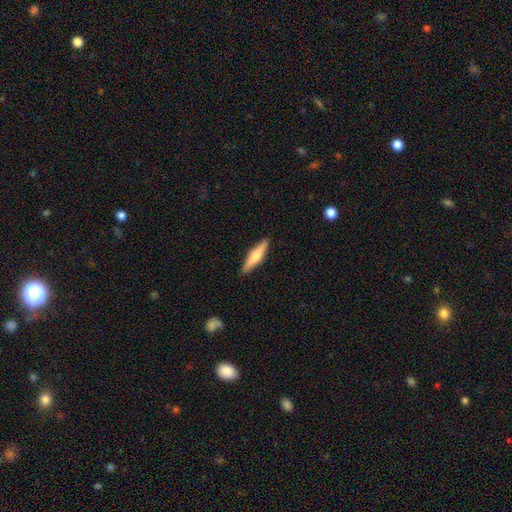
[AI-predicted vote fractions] Morphology: type=smooth (50%); merging=none (89%).